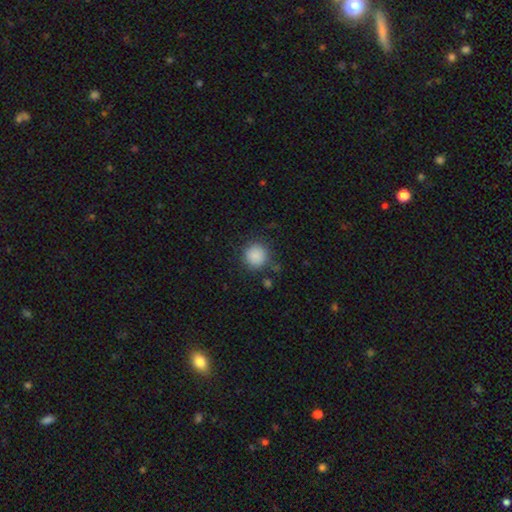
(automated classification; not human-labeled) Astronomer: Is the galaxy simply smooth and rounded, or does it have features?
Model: smooth — 87%.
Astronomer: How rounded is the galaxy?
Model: round — 92%.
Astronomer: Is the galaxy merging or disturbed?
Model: none — 81%.